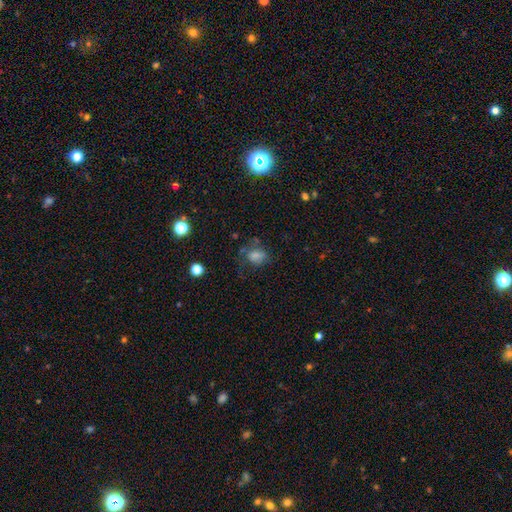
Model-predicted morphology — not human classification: This appears to be a smooth galaxy with no disk features (67%) that is in between round and cigar-shaped (62%). Merging: none (43%).